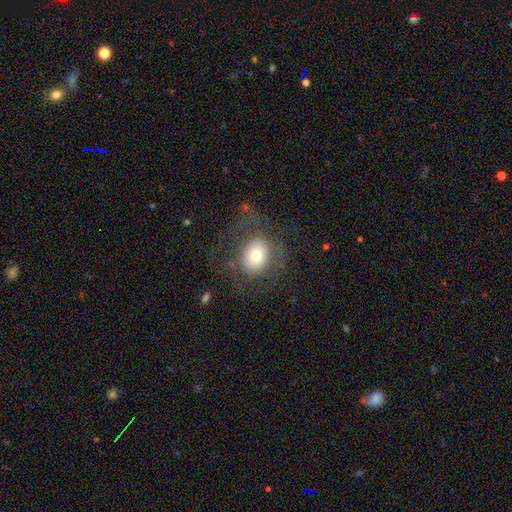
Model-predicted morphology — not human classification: Overall: smooth (61%; featured or disk 29%). How rounded: round (61%; in between 38%). Merging: none (61%; major disturbance 22%).